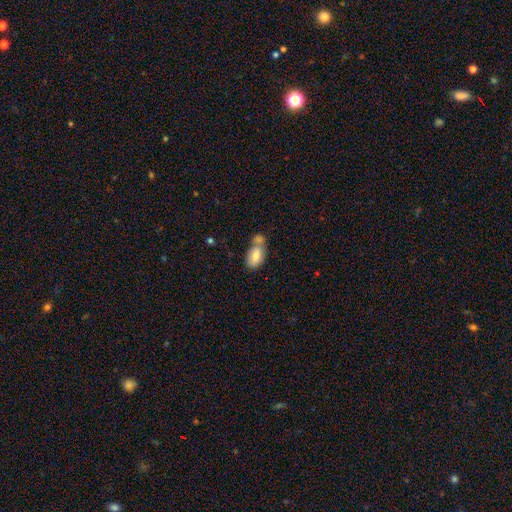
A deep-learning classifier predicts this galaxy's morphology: Smooth or featured? Predicted: smooth (p=0.79). How rounded? Predicted: in between (p=0.92). Merging? Predicted: merger (p=0.52).